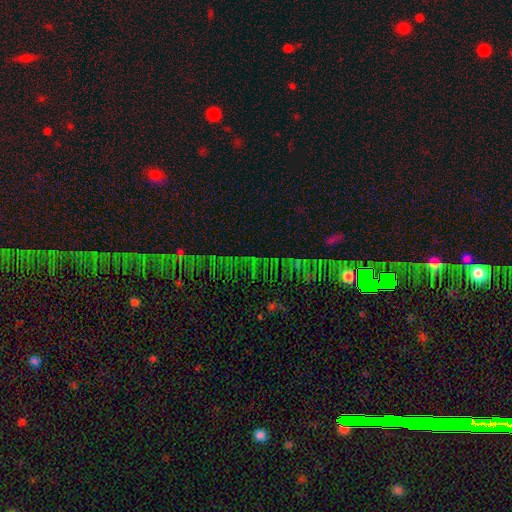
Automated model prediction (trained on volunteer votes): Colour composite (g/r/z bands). It shows a star or artifact, not a galaxy (74%).